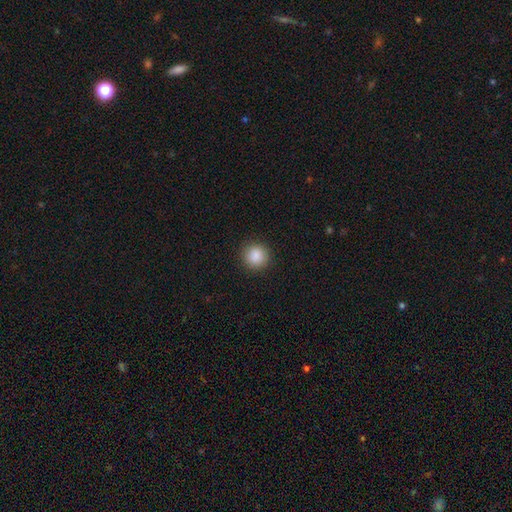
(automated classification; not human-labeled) Morphology: type=smooth (88%); roundness=round (93%); merging=none (91%).